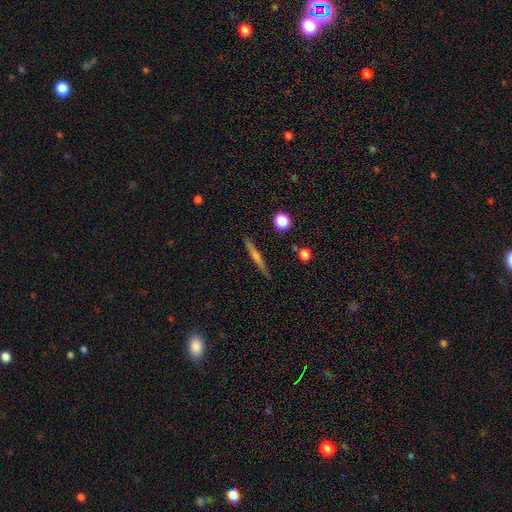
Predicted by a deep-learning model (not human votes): Smooth or featured: featured or disk — 55% (smooth — 29%)
Edge-on disk: yes — 94% (no — 6%)
Edge-on bulge: rounded — 66% (none — 26%)
Merging: none — 88% (minor disturbance — 8%)